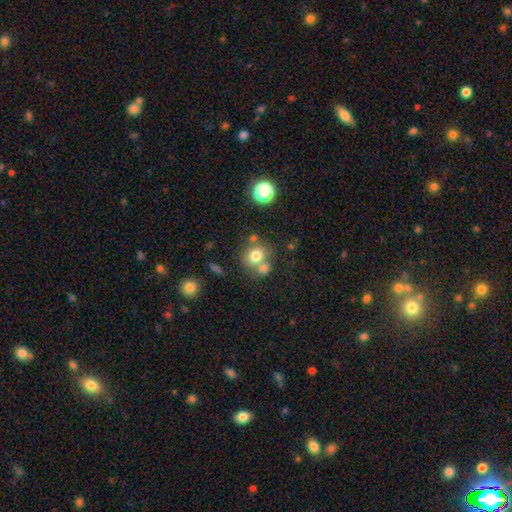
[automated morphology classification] A smooth galaxy with no disk features (76%) that is round (71%).

Vote fractions:
- Smooth or featured? smooth: 76% / featured or disk: 12% / star or artifact: 12%
- How rounded? round: 71% / in between: 28% / cigar-shaped: 1%
- Merging? none: 52% / merger: 33% / minor disturbance: 11% / major disturbance: 5%